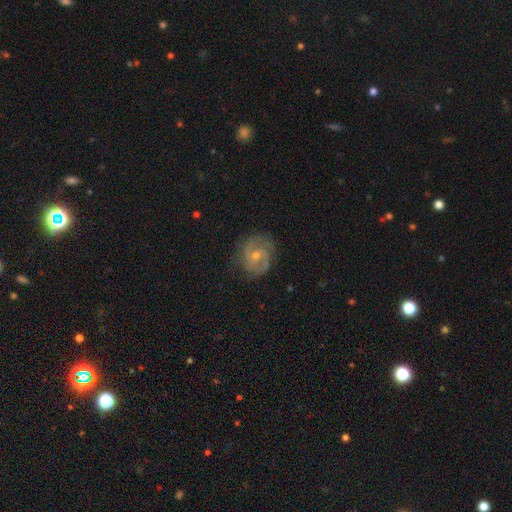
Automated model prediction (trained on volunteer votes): Smooth or featured?
  - featured or disk: 81% *
  - smooth: 11%
  - star or artifact: 7%
Edge-on disk?
  - no: 98% *
  - yes: 2%
Bar?
  - no: 50% *
  - weak: 41%
  - strong: 9%
Spiral arms?
  - yes: 94% *
  - no: 6%
Spiral winding?
  - tight: 47% *
  - medium: 42%
  - loose: 11%
Spiral arm count?
  - 2: 67% *
  - can't tell: 13%
  - 3: 11%
  - 1: 3%
  - 4: 3%
  - more than 4: 3%
Bulge size?
  - small: 53% *
  - moderate: 43%
  - none: 1%
  - large: 1%
  - dominant: 1%
Merging?
  - none: 79% *
  - minor disturbance: 15%
  - major disturbance: 5%
  - merger: 1%